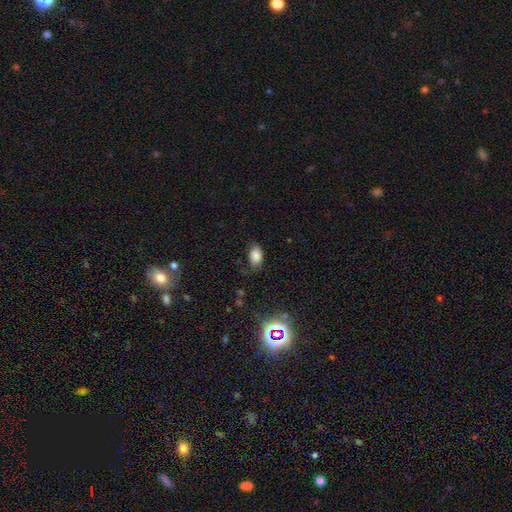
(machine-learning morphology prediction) smooth_or_featured: smooth (p=0.82) [alt: star or artifact p=0.11]
how_rounded: in between (p=0.86) [alt: round p=0.12]
merging: none (p=0.68) [alt: minor disturbance p=0.24]